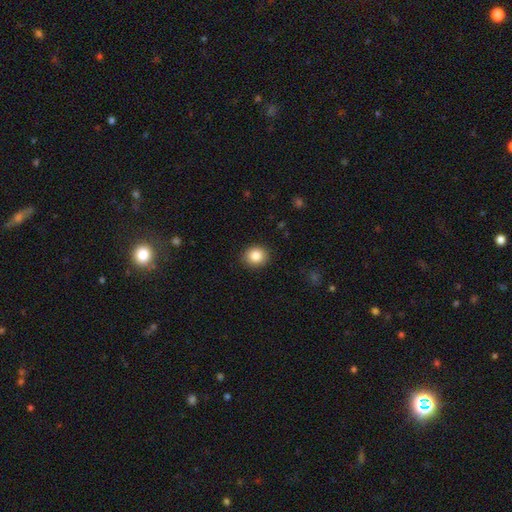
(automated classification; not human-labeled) The model was most divided on "how rounded": round: 78%, in between: 21%, cigar-shaped: 1%. More confident: merging — none (90%); smooth or featured — smooth (85%).